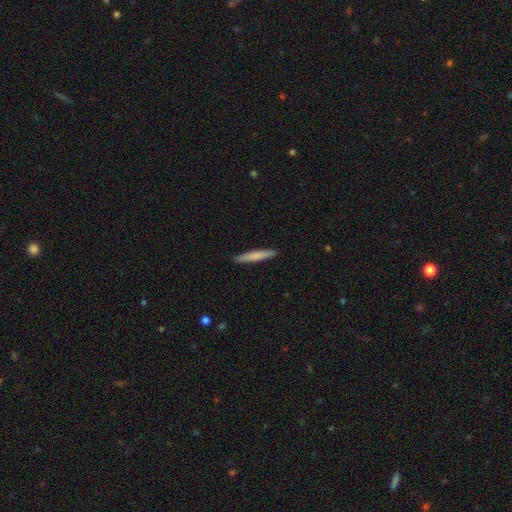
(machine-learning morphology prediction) The model was most divided on "smooth or featured": smooth: 73%, featured or disk: 22%, star or artifact: 5%. More confident: how rounded — cigar-shaped (95%); merging — none (92%).